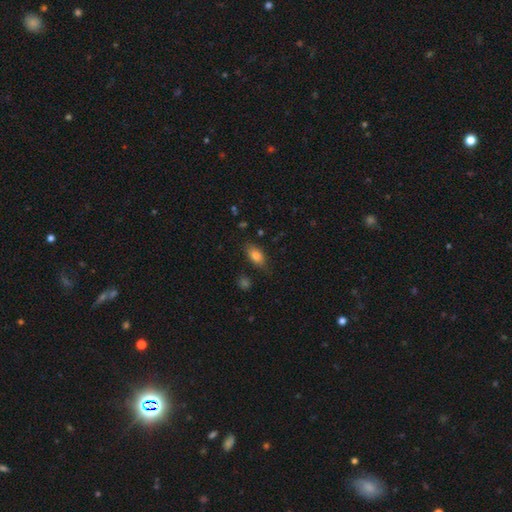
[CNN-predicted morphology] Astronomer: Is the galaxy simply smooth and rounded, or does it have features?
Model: smooth — 83%.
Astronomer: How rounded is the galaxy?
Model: in between — 88%.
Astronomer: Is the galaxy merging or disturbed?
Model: none — 75%.